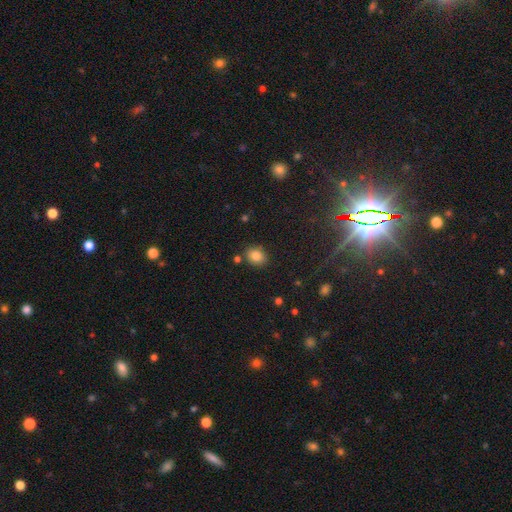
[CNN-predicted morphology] This is clearly a smooth galaxy (83%). How rounded: possibly round (59%). Merging: clearly none (83%).